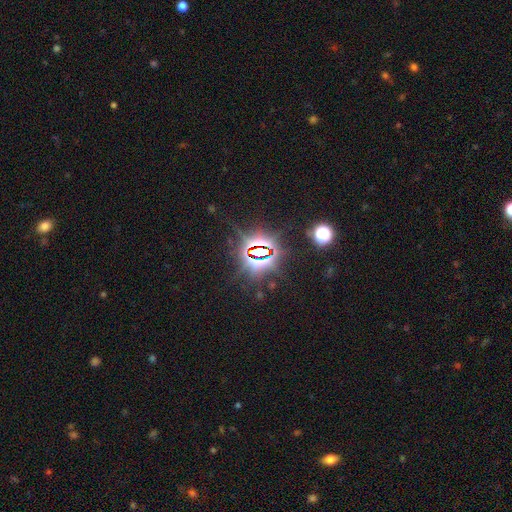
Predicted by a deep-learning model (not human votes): star or artifact 83%, smooth 9%, featured or disk 7%.